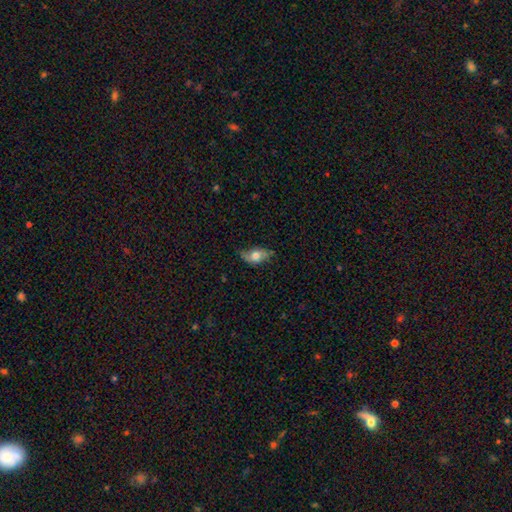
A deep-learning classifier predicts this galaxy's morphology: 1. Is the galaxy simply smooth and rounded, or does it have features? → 59% smooth, 33% featured or disk, 8% star or artifact.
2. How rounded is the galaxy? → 87% in between, 9% round, 4% cigar-shaped.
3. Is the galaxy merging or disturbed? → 62% none, 29% minor disturbance, 7% major disturbance, 2% merger.